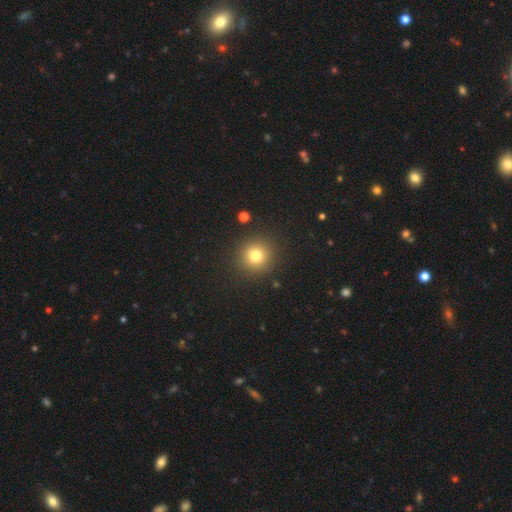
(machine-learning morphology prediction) smooth_or_featured: smooth (p=0.79) [alt: star or artifact p=0.14]
how_rounded: round (p=0.93) [alt: in between p=0.06]
merging: none (p=0.90) [alt: minor disturbance p=0.06]